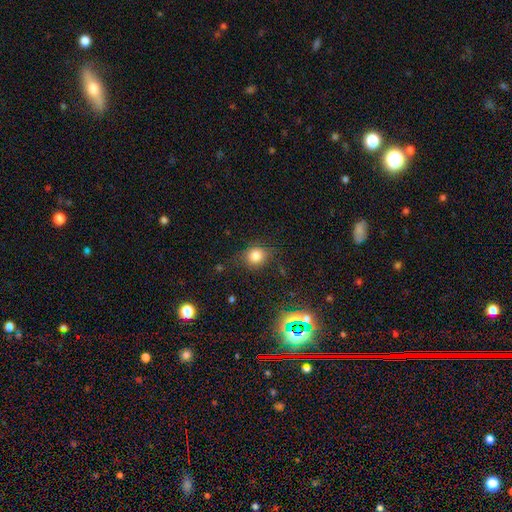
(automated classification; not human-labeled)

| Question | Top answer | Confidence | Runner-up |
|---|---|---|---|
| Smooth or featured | smooth | 77% | star or artifact (15%) |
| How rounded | round | 79% | in between (20%) |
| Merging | none | 75% | minor disturbance (17%) |